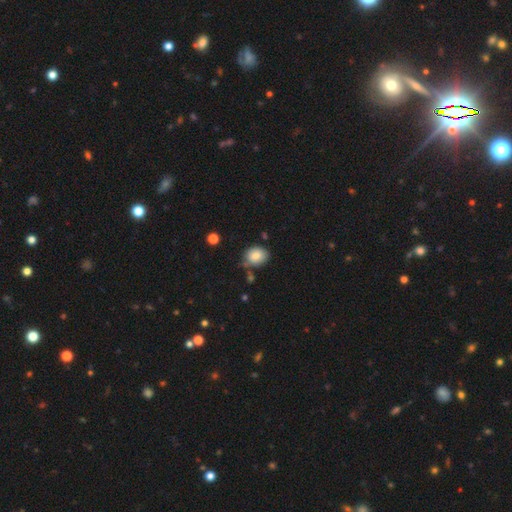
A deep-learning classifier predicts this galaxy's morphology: This is clearly a smooth galaxy (80%). How rounded: possibly round (53%). Merging: likely none (69%).